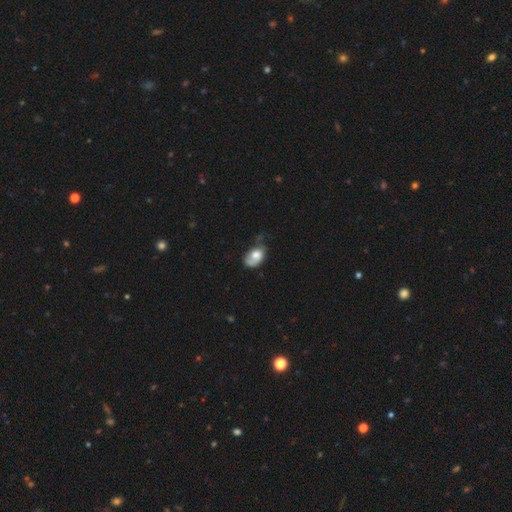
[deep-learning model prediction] Smooth or featured? Predicted: smooth (p=0.59). How rounded? Predicted: in between (p=0.85). Merging? Predicted: minor disturbance (p=0.36).